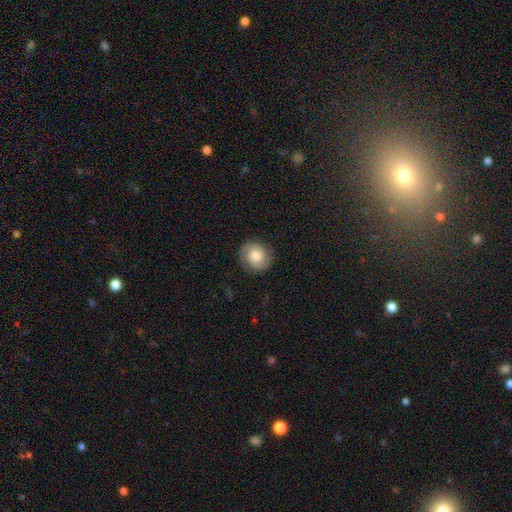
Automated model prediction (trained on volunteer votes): Overall: smooth (51%; featured or disk 40%). How rounded: round (83%). Merging: none (85%).